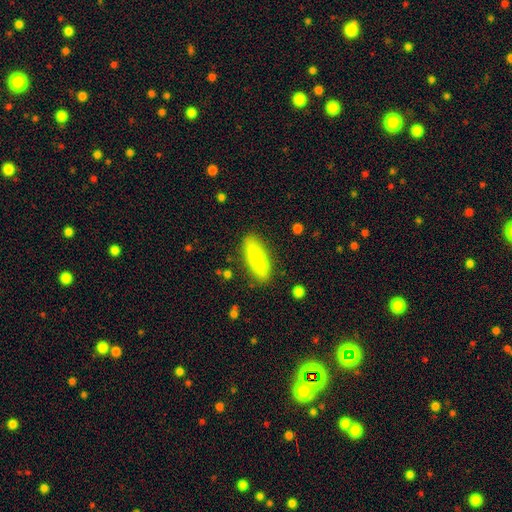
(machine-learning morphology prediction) A smooth galaxy with no disk features (86%) that is in between round and cigar-shaped (55%).

Vote fractions:
- Smooth or featured? smooth: 86% / featured or disk: 7% / star or artifact: 7%
- How rounded? in between: 55% / cigar-shaped: 43% / round: 2%
- Merging? none: 83% / minor disturbance: 12% / major disturbance: 3% / merger: 2%